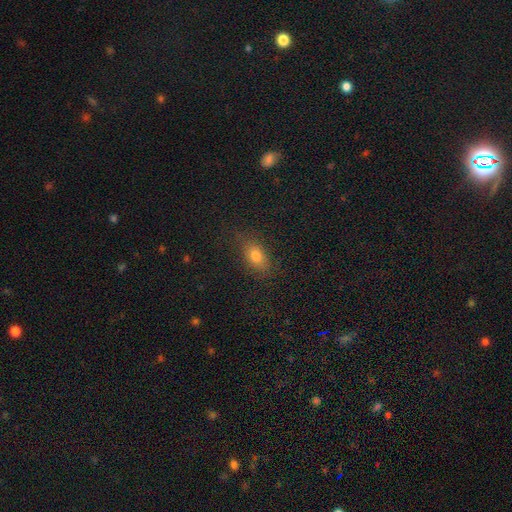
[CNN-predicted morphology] smooth_or_featured: smooth (p=0.76) [alt: star or artifact p=0.13]
how_rounded: in between (p=0.80) [alt: round p=0.14]
merging: none (p=0.79) [alt: minor disturbance p=0.15]